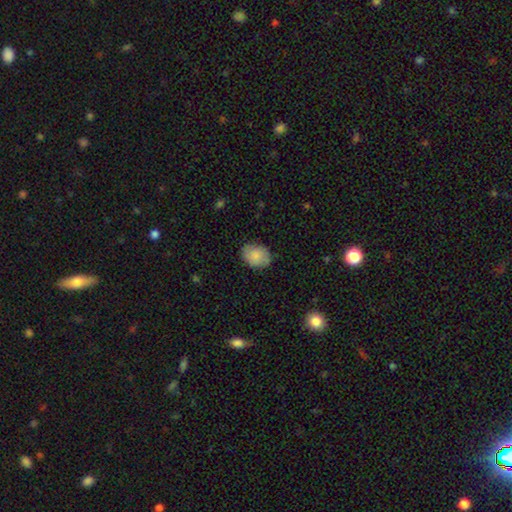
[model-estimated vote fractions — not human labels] Smooth or featured? smooth (83%)
How rounded? in between (60%)
Merging? none (78%)